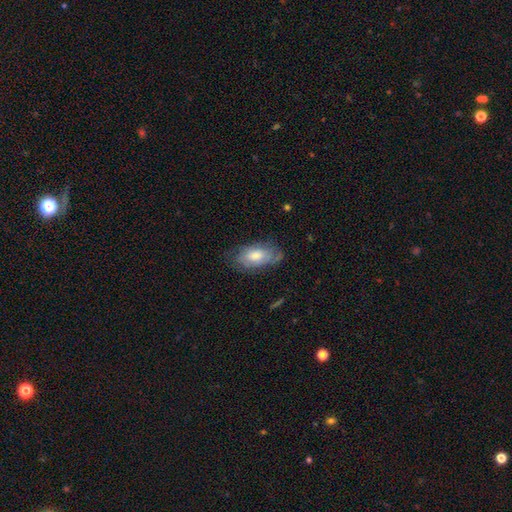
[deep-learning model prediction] Smooth or featured: smooth — 62% (featured or disk — 31%)
How rounded: in between — 92% (round — 4%)
Merging: none — 61% (minor disturbance — 27%)